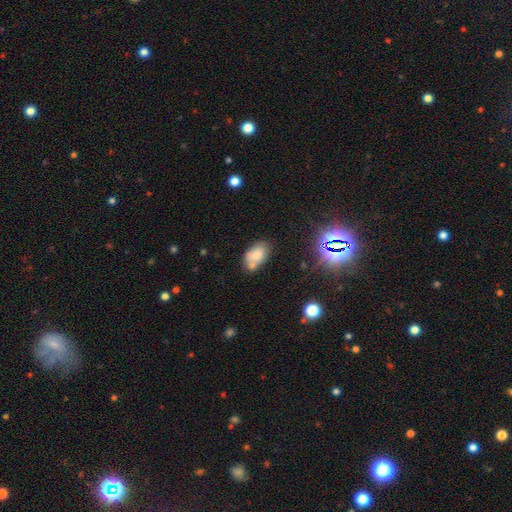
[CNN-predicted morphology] Smooth or featured? Predicted: smooth (p=0.73). How rounded? Predicted: in between (p=0.90). Merging? Predicted: none (p=0.53).